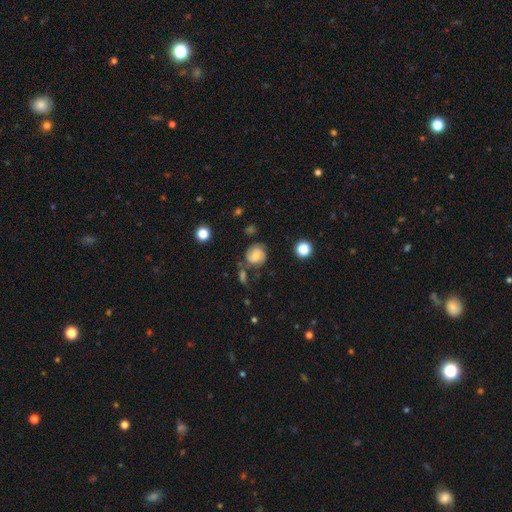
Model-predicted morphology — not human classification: Smooth or featured?
  - featured or disk: 45% *
  - smooth: 44%
  - star or artifact: 11%
Merging?
  - none: 61% *
  - minor disturbance: 20%
  - major disturbance: 10%
  - merger: 9%